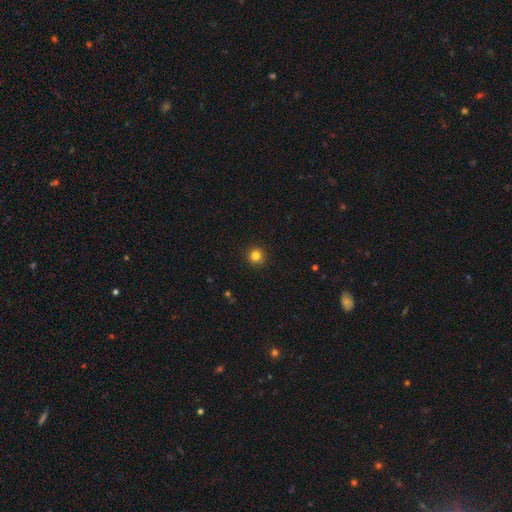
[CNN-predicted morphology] smooth 83%, star or artifact 13%, featured or disk 5%. Down the decision tree: how rounded — round (95%); merging — none (93%).